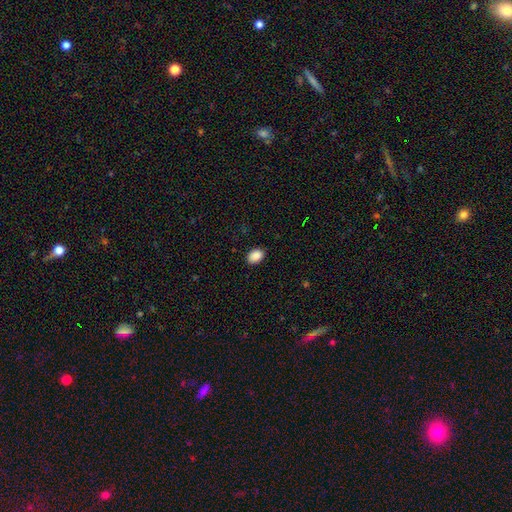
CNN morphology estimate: Smooth or featured: smooth — 89% (star or artifact — 8%)
How rounded: in between — 80% (round — 19%)
Merging: none — 87% (minor disturbance — 9%)